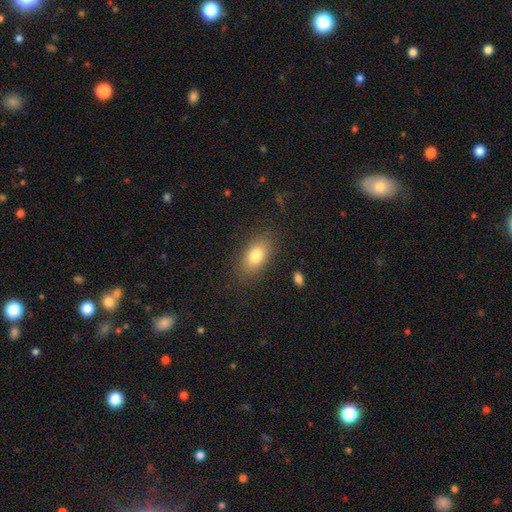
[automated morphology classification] Overall: smooth (79%). How rounded: in between (88%). Merging: none (84%).